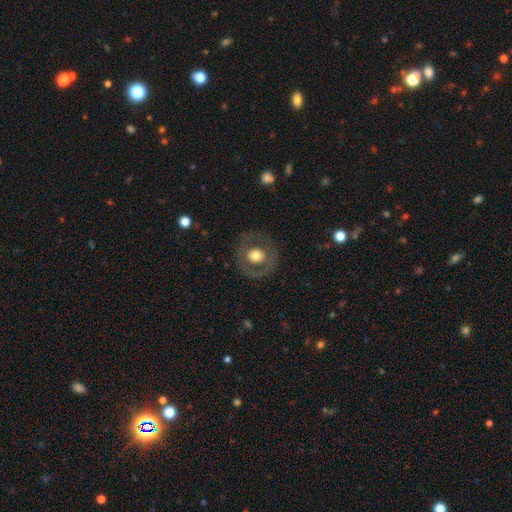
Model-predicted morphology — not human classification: smooth-or-featured: smooth: 53% | featured or disk: 39% | star or artifact: 8%
  how-rounded: round: 90% | in between: 9% | cigar-shaped: 1%
  merging: none: 83% | minor disturbance: 10% | major disturbance: 6% | merger: 1%